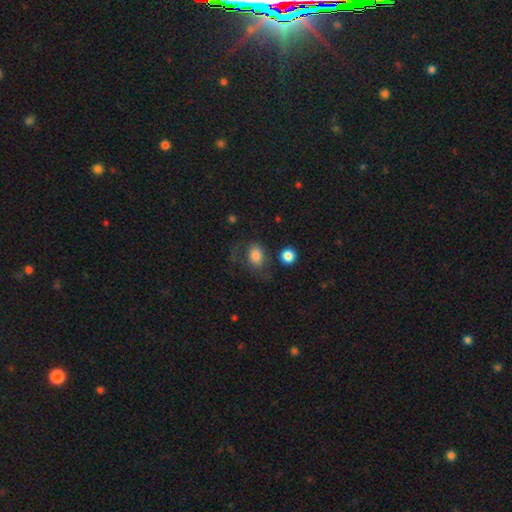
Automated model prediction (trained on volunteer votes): Q: Smooth or featured?
A: smooth (78%); runner-up: featured or disk (12%)
Q: How rounded?
A: in between (63%); runner-up: round (36%)
Q: Merging?
A: none (49%); runner-up: major disturbance (23%)